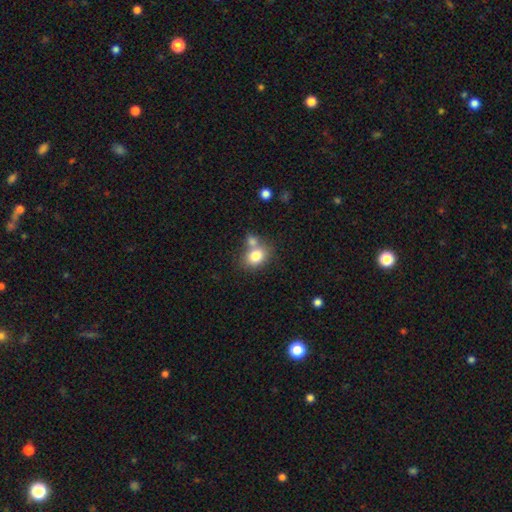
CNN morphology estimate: This appears to be a smooth galaxy with no disk features (80%) that is in between round and cigar-shaped (52%). Merging: none (48%).